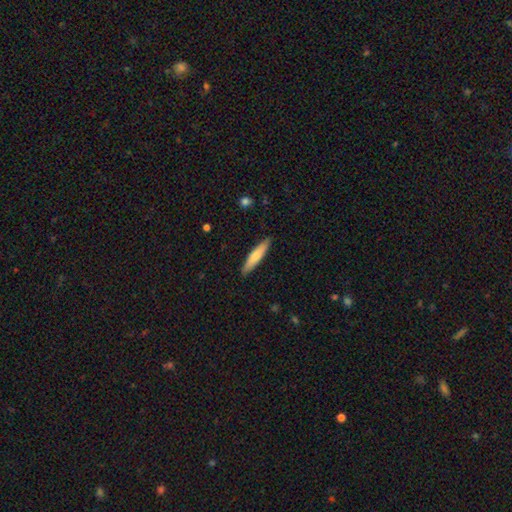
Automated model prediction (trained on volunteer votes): Smooth or featured?
  - smooth: 71% *
  - featured or disk: 23%
  - star or artifact: 5%
How rounded?
  - cigar-shaped: 85% *
  - in between: 14%
  - round: 1%
Merging?
  - none: 89% *
  - minor disturbance: 9%
  - major disturbance: 1%
  - merger: 1%